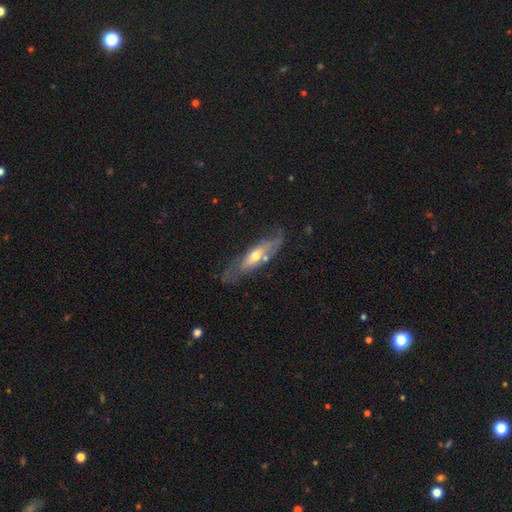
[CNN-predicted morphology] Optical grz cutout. It shows a featured or disk galaxy (66%). Merging: none (57%).